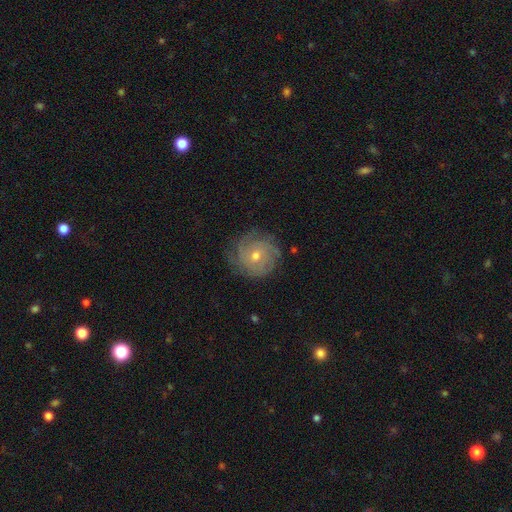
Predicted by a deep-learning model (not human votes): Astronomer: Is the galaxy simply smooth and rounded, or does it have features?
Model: featured or disk — 78%.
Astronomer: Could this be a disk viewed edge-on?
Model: no — 97%.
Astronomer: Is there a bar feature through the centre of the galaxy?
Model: no — 79%.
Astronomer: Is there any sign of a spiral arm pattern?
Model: yes — 94%.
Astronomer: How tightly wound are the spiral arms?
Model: tight — 73%.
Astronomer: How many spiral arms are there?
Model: can't tell — 35% (runner-up: 4, 19%).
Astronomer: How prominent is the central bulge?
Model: moderate — 53% (runner-up: small, 44%).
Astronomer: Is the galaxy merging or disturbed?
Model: none — 81%.